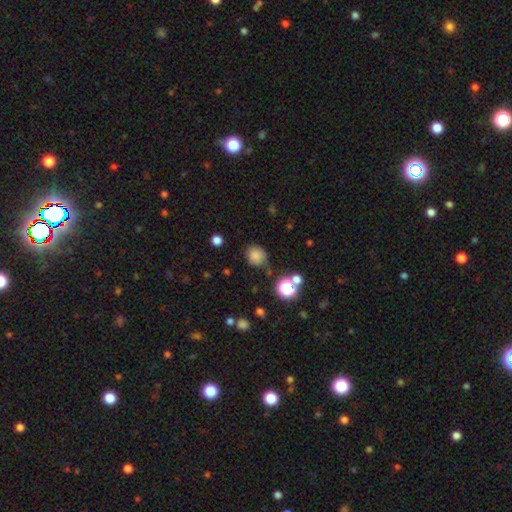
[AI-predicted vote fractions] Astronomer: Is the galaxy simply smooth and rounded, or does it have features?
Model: smooth — 79%.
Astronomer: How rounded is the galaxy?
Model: round — 85%.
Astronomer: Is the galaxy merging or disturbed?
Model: none — 72%.